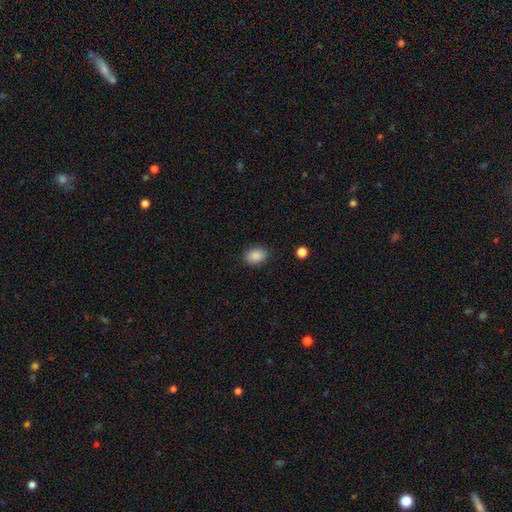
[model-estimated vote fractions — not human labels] A smooth galaxy with no disk features (88%) that is in between round and cigar-shaped (76%). Merging: none (87%).